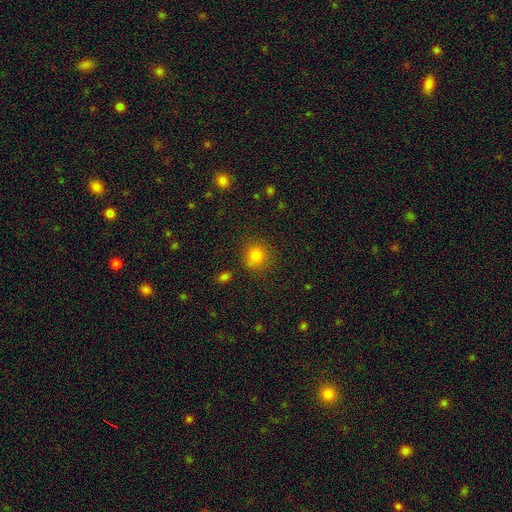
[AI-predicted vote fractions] A smooth galaxy with no disk features (82%) that is round (85%). Merging: none (79%).